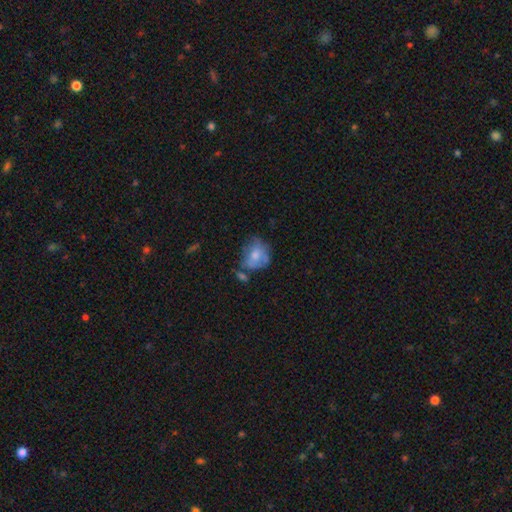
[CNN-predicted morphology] Smooth or featured?
  - smooth: 59% *
  - featured or disk: 33%
  - star or artifact: 9%
How rounded?
  - round: 53% *
  - in between: 46%
  - cigar-shaped: 1%
Merging?
  - none: 37% *
  - minor disturbance: 29%
  - major disturbance: 19%
  - merger: 15%